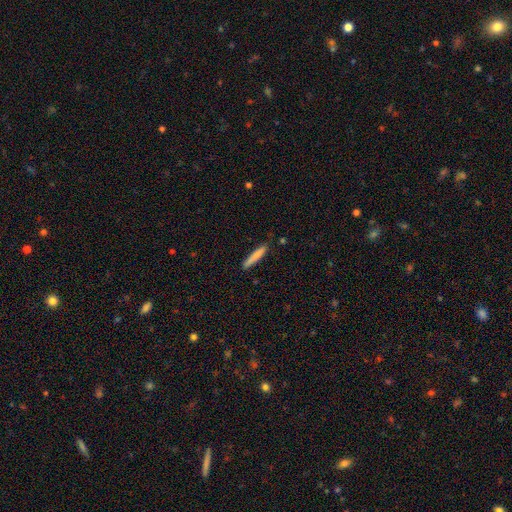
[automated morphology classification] Q: Smooth or featured?
A: smooth (79%); runner-up: featured or disk (15%)
Q: How rounded?
A: cigar-shaped (94%); runner-up: in between (5%)
Q: Merging?
A: none (84%); runner-up: minor disturbance (12%)